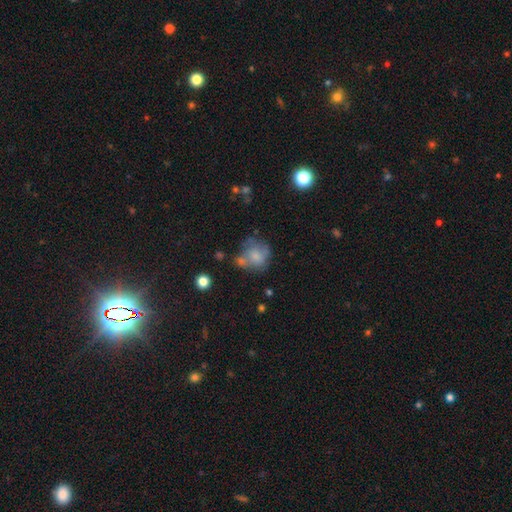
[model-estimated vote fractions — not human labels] This appears to be a smooth galaxy with no disk features (64%) that is round (72%). Merging: none (39%).